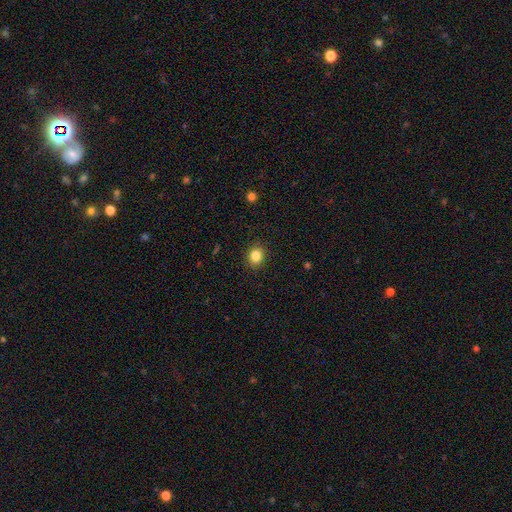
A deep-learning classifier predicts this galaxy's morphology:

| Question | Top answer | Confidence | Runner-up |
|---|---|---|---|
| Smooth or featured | smooth | 84% | star or artifact (11%) |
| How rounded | round | 68% | in between (31%) |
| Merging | none | 90% | minor disturbance (7%) |